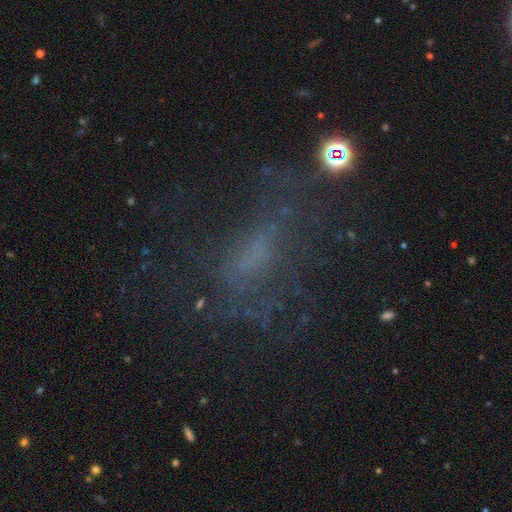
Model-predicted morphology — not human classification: A featured or disk galaxy (44%). Merging: none (55%).